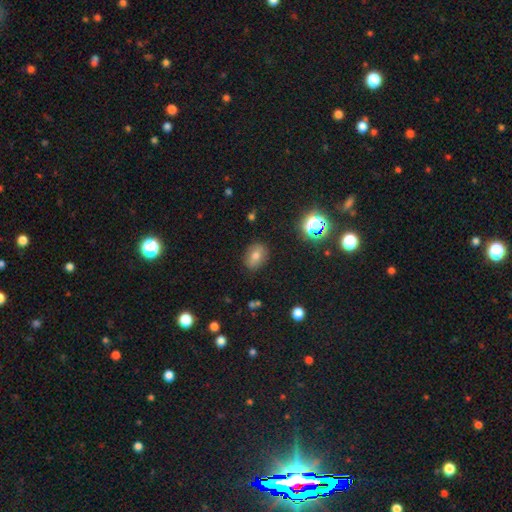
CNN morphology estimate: Q: Smooth or featured?
A: smooth (72%); runner-up: star or artifact (16%)
Q: How rounded?
A: in between (68%); runner-up: round (31%)
Q: Merging?
A: none (86%); runner-up: minor disturbance (10%)